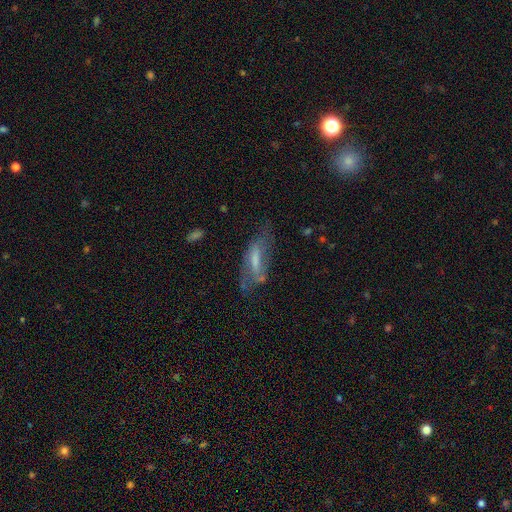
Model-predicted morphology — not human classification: Smooth or featured: featured or disk — 57% (smooth — 33%)
Edge-on disk: no — 75% (yes — 25%)
Merging: none — 54% (minor disturbance — 24%)